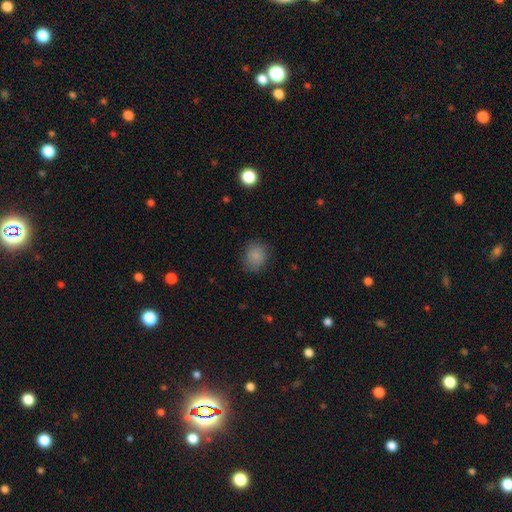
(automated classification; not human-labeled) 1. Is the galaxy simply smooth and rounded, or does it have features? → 85% smooth, 9% star or artifact, 6% featured or disk.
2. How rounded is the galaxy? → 74% round, 25% in between, 1% cigar-shaped.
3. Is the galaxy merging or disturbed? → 80% none, 15% minor disturbance, 4% major disturbance, 1% merger.